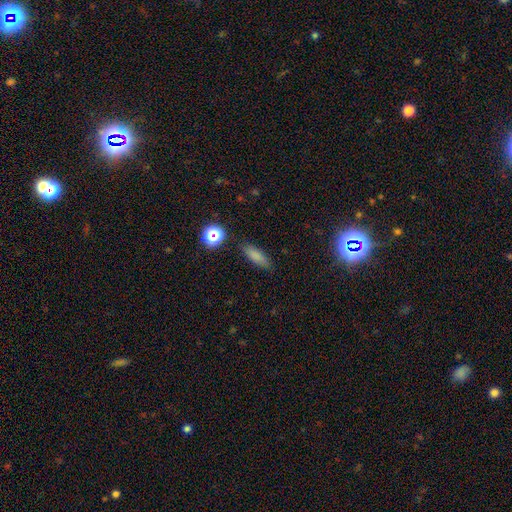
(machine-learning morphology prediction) smooth 79%, star or artifact 13%, featured or disk 8%. Down the decision tree: how rounded — in between (55%); merging — none (84%).